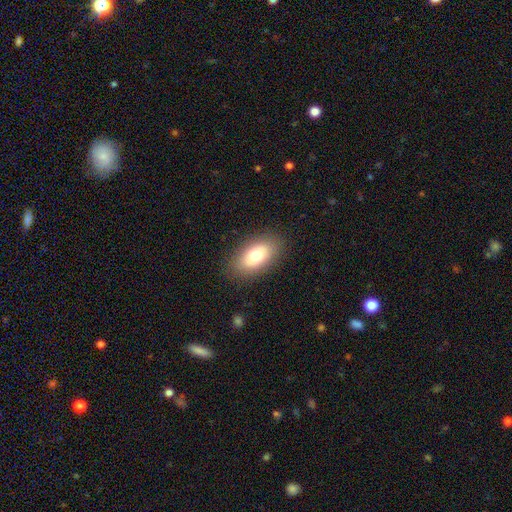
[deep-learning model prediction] The model was most divided on "smooth or featured": smooth: 73%, featured or disk: 20%, star or artifact: 8%. More confident: how rounded — in between (91%); merging — none (86%).